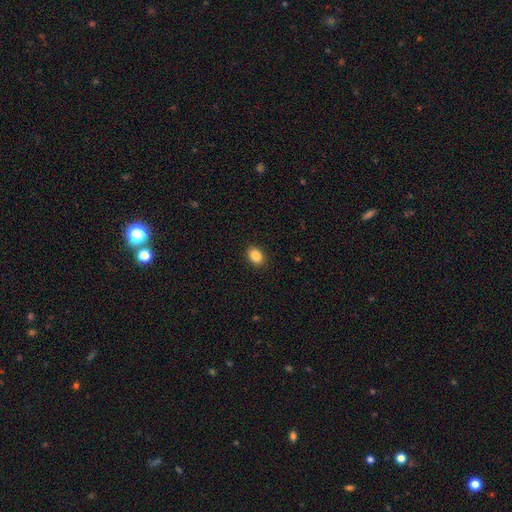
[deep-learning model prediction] Overall: smooth (87%). How rounded: in between (73%). Merging: none (90%).